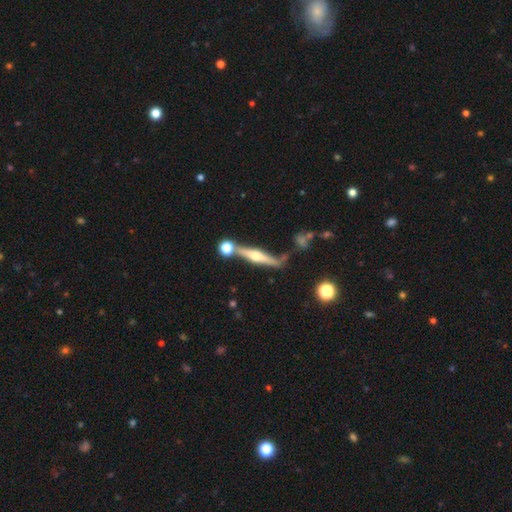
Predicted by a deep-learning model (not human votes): This appears to be a featured or disk galaxy (70%) viewed edge-on (95%) with a rounded central bulge (92%). Merging: none (67%).